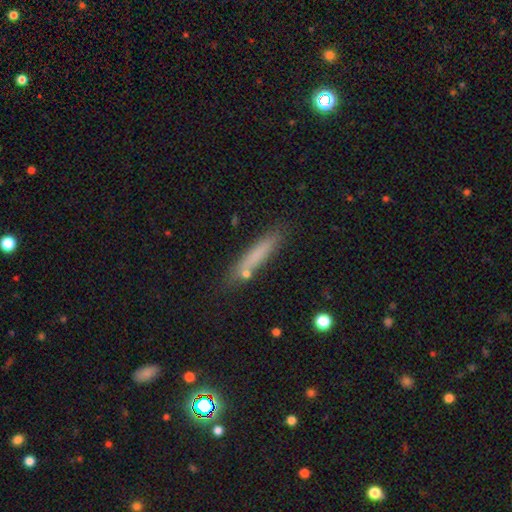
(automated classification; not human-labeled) smooth_or_featured: smooth (p=0.73) [alt: featured or disk p=0.17]
how_rounded: cigar-shaped (p=0.91) [alt: in between p=0.07]
merging: none (p=0.81) [alt: minor disturbance p=0.12]